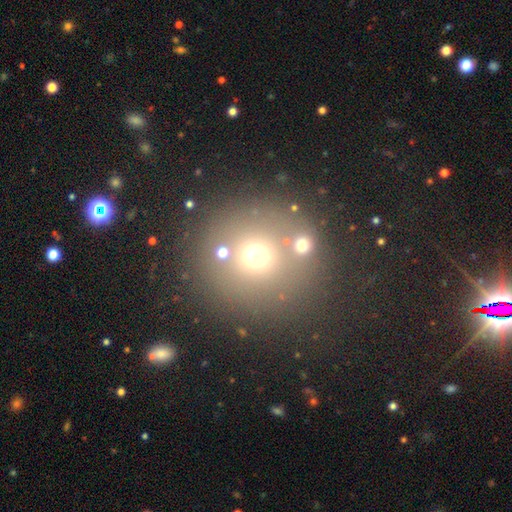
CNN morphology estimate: This appears to be a smooth galaxy with no disk features (62%) that is round (92%). Merging: none (76%).